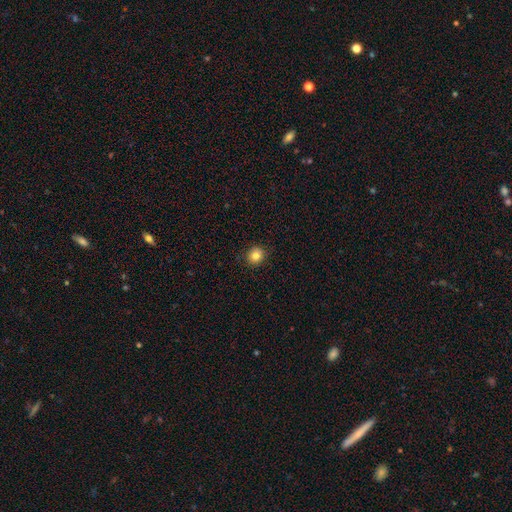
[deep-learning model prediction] smooth 83%, star or artifact 11%, featured or disk 6%. Down the decision tree: how rounded — round (87%); merging — none (90%).